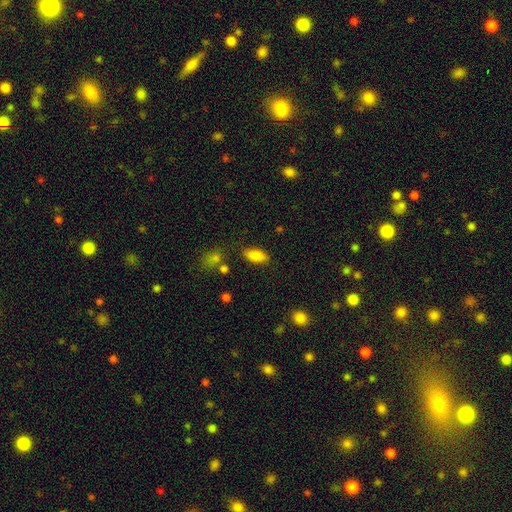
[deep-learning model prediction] smooth 84%, featured or disk 8%, star or artifact 8%. Down the decision tree: how rounded — in between (87%); merging — none (82%).